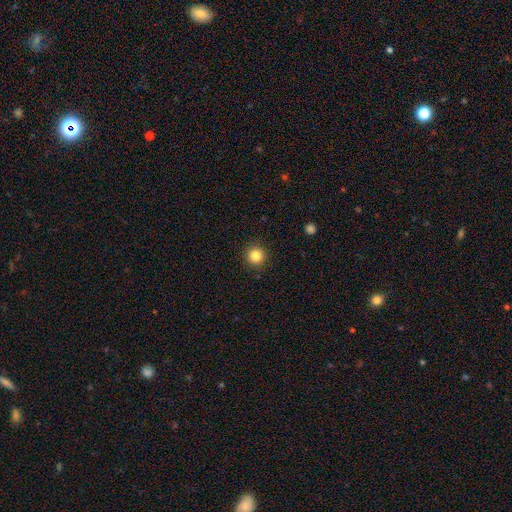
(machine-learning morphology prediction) Overall: smooth (85%). How rounded: round (95%). Merging: none (92%).